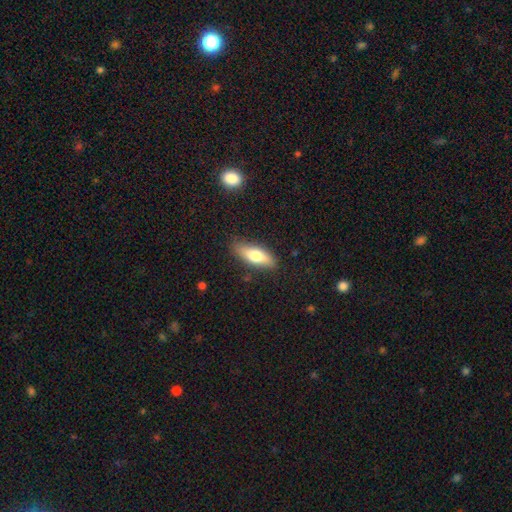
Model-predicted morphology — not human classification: A smooth galaxy with no disk features (69%) that is in between round and cigar-shaped (62%).

Vote fractions:
- Smooth or featured? smooth: 69% / featured or disk: 24% / star or artifact: 6%
- How rounded? in between: 62% / cigar-shaped: 35% / round: 3%
- Merging? none: 83% / minor disturbance: 13% / major disturbance: 3% / merger: 1%